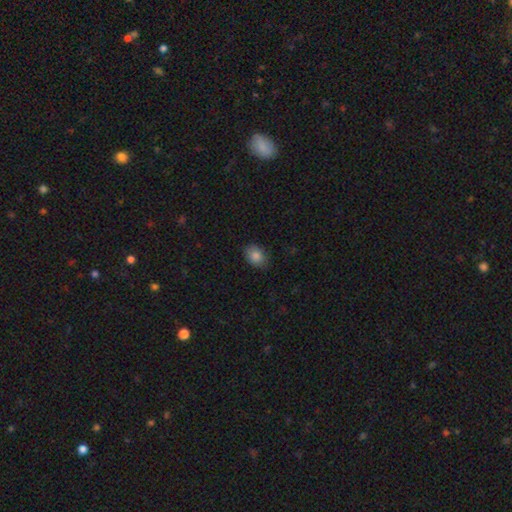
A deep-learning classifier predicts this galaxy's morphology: The model was most divided on "how rounded": in between: 71%, round: 28%, cigar-shaped: 1%. More confident: smooth or featured — smooth (85%); merging — none (83%).